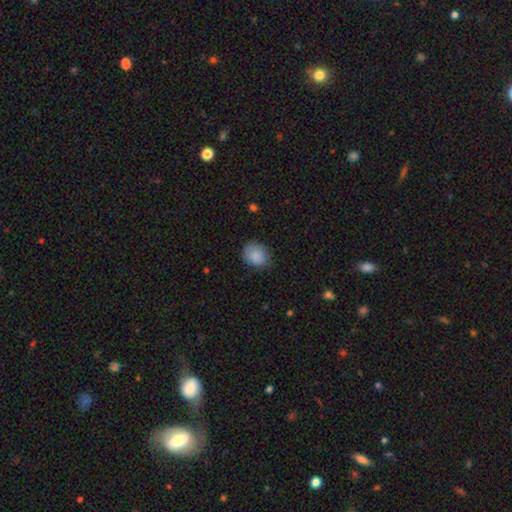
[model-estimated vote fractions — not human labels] Overall: smooth (88%). How rounded: round (58%; in between 41%). Merging: none (79%).